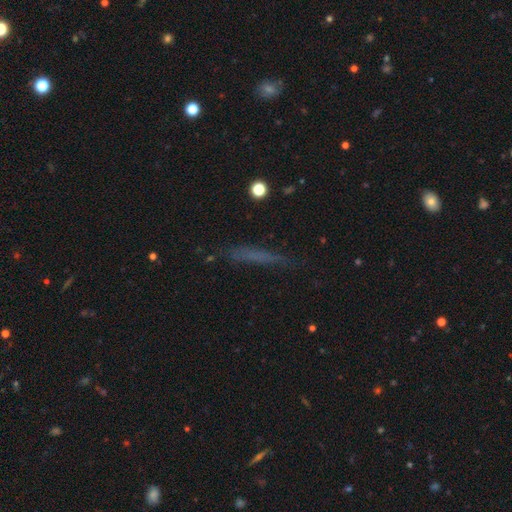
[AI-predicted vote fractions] Q: Smooth or featured?
A: smooth (52%); runner-up: featured or disk (34%)
Q: How rounded?
A: cigar-shaped (91%); runner-up: in between (6%)
Q: Merging?
A: none (77%); runner-up: minor disturbance (16%)